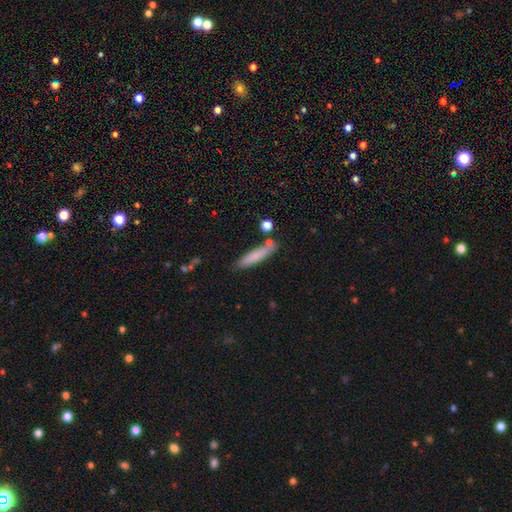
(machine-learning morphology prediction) Smooth or featured?
  - smooth: 77% *
  - featured or disk: 17%
  - star or artifact: 7%
How rounded?
  - cigar-shaped: 86% *
  - in between: 13%
  - round: 2%
Merging?
  - none: 76% *
  - minor disturbance: 14%
  - merger: 7%
  - major disturbance: 3%